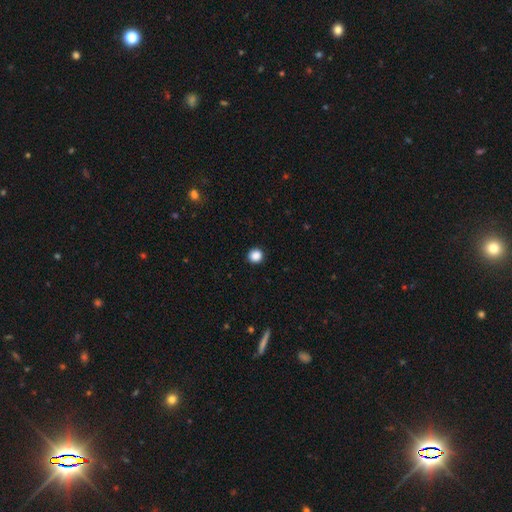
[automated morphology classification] smooth_or_featured: smooth (p=0.88) [alt: star or artifact p=0.10]
how_rounded: round (p=0.94) [alt: in between p=0.05]
merging: none (p=0.93) [alt: minor disturbance p=0.04]